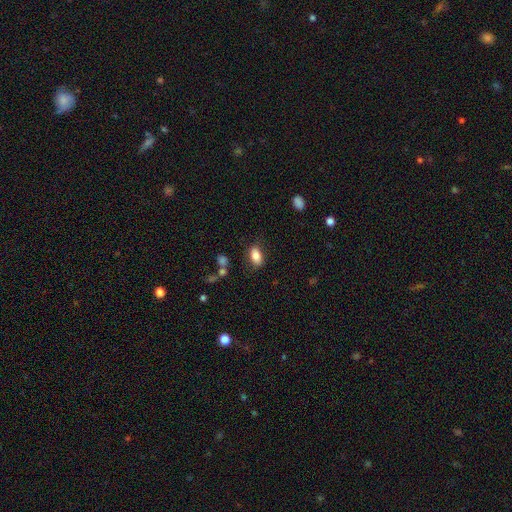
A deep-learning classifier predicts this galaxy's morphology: Smooth or featured? smooth (83%)
How rounded? in between (90%)
Merging? none (81%)